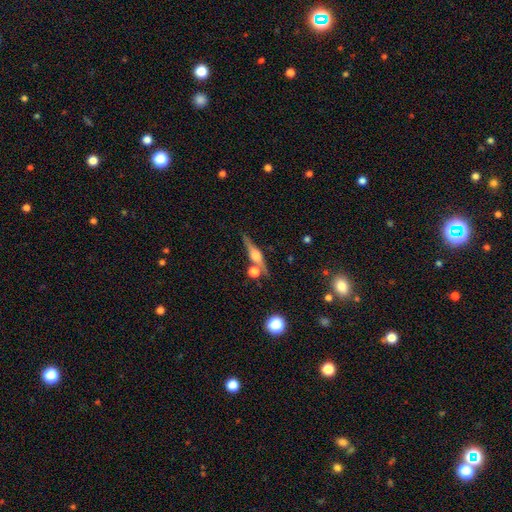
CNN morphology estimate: Smooth or featured?
  - featured or disk: 76% *
  - smooth: 16%
  - star or artifact: 8%
Edge-on disk?
  - yes: 96% *
  - no: 4%
Edge-on bulge?
  - rounded: 89% *
  - boxy: 9%
  - none: 3%
Merging?
  - none: 75% *
  - merger: 11%
  - minor disturbance: 11%
  - major disturbance: 3%